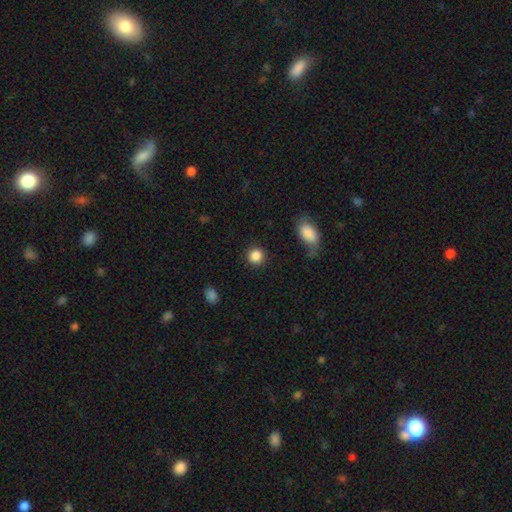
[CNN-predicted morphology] Q: Smooth or featured?
A: smooth (87%); runner-up: star or artifact (9%)
Q: How rounded?
A: round (91%); runner-up: in between (8%)
Q: Merging?
A: none (89%); runner-up: minor disturbance (6%)